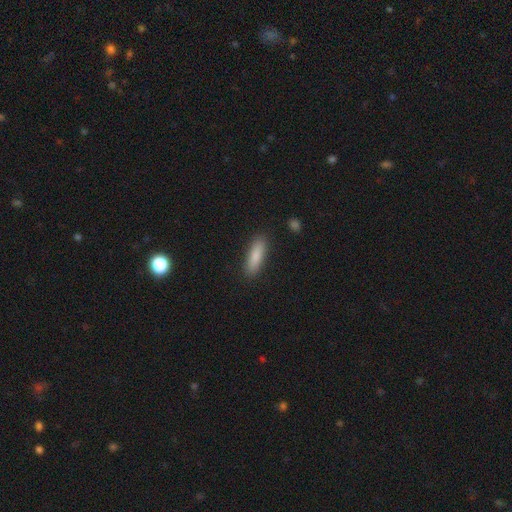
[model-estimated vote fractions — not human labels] Morphology: type=smooth (84%); roundness=cigar-shaped (60%); merging=none (88%).